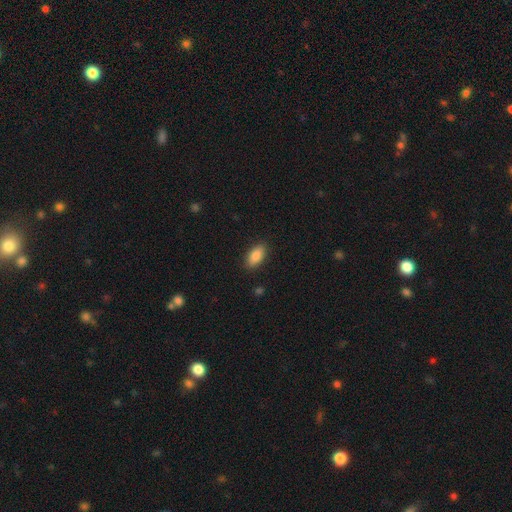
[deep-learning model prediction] Q: Smooth or featured?
A: smooth (88%); runner-up: star or artifact (7%)
Q: How rounded?
A: in between (91%); runner-up: cigar-shaped (6%)
Q: Merging?
A: none (88%); runner-up: minor disturbance (9%)